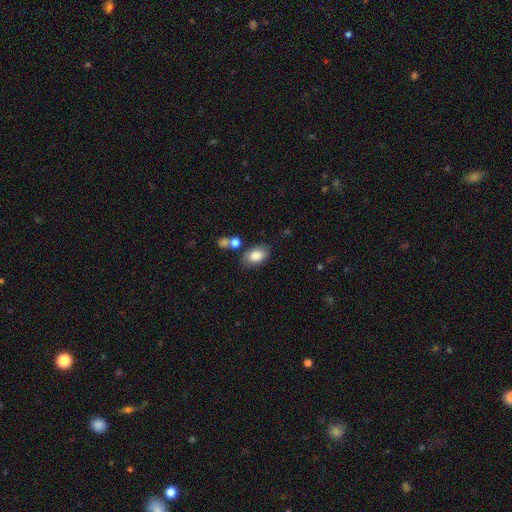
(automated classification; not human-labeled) This is clearly a smooth galaxy (83%). How rounded: clearly in between (88%). Merging: likely none (71%).